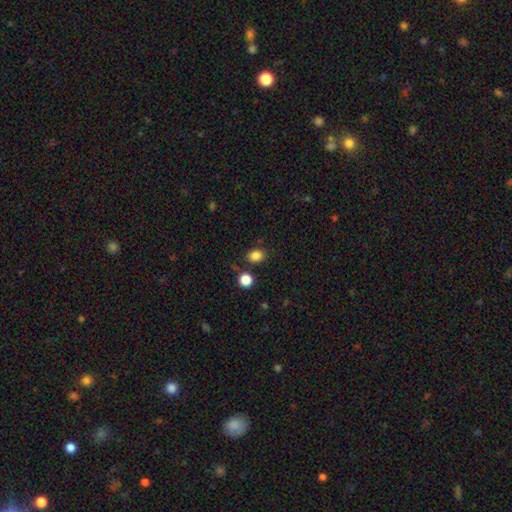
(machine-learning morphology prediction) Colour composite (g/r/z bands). It shows a smooth galaxy with no disk features (84%) that is in between round and cigar-shaped (50%). Merging: none (80%).